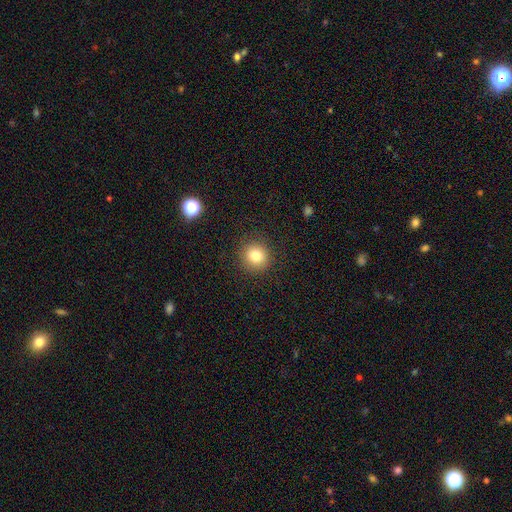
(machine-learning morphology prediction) Overall: smooth (81%). How rounded: round (90%). Merging: none (89%).